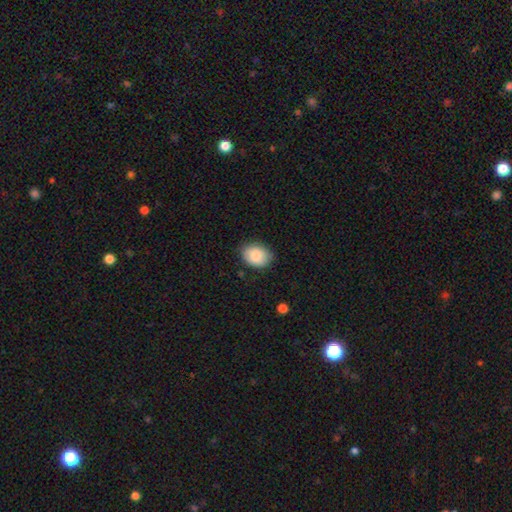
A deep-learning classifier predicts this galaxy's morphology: Smooth or featured? Predicted: smooth (p=0.86). How rounded? Predicted: in between (p=0.68). Merging? Predicted: none (p=0.82).